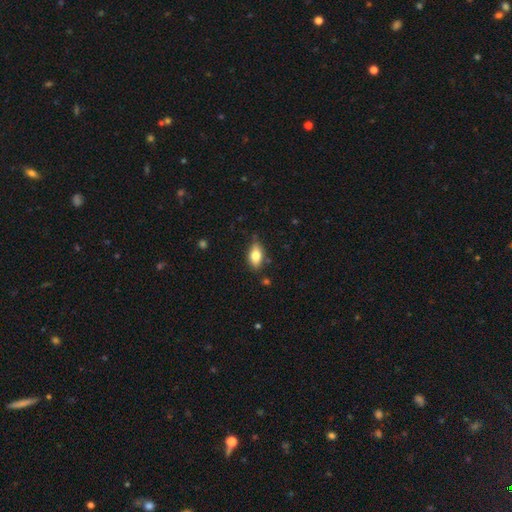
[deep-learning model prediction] Morphology: type=smooth (79%); roundness=in between (88%); merging=none (78%).